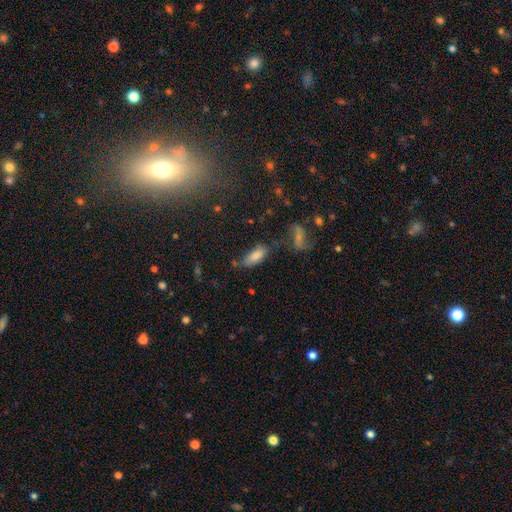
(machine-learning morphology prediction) The model was most divided on "merging": none: 55%, minor disturbance: 24%, merger: 12%, major disturbance: 9%. More confident: how rounded — in between (78%); smooth or featured — smooth (78%).